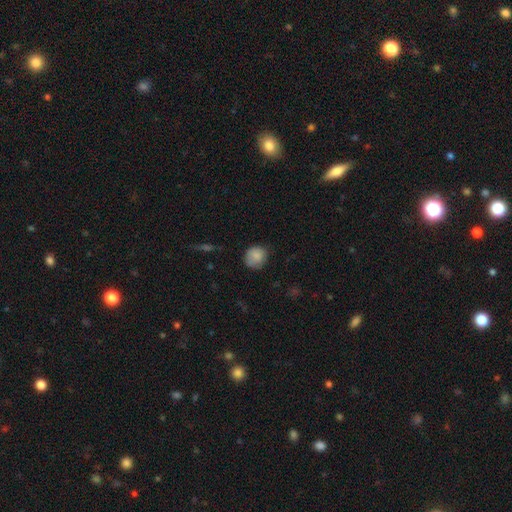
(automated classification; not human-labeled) Smooth or featured? Predicted: smooth (p=0.84). How rounded? Predicted: round (p=0.85). Merging? Predicted: none (p=0.71).